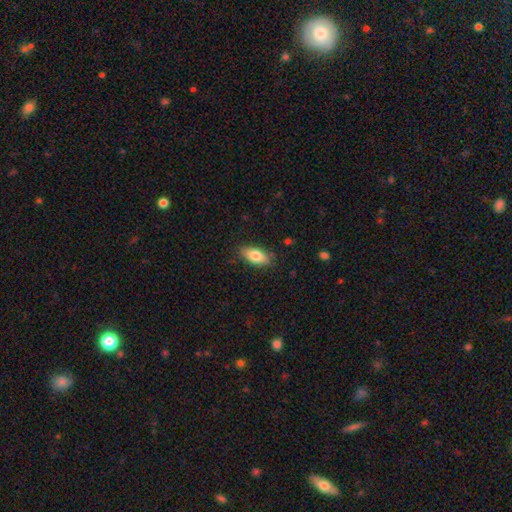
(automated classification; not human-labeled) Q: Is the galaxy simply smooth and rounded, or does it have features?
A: smooth — 80%.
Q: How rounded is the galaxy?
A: in between — 88%.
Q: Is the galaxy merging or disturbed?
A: none — 85%.